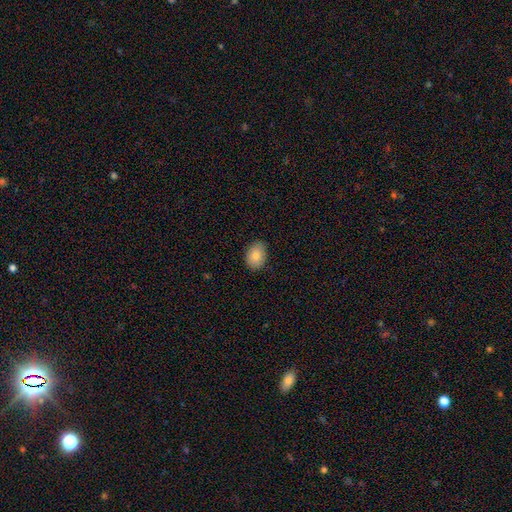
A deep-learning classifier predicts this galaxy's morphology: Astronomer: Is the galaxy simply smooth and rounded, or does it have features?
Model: smooth — 83%.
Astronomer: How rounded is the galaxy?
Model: in between — 77%.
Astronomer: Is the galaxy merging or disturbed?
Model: none — 86%.